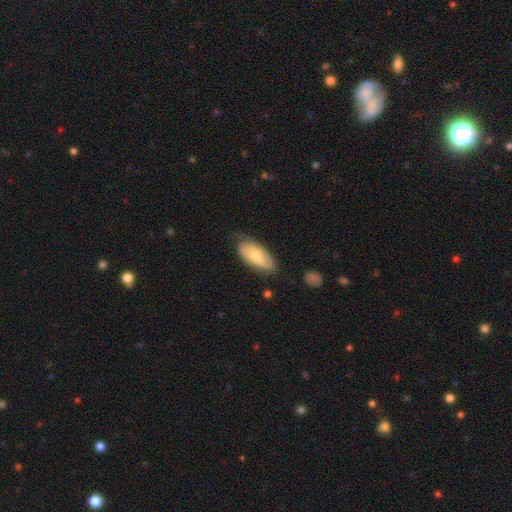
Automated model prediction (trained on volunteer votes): A smooth galaxy with no disk features (57%) that is in between round and cigar-shaped (91%).

Vote fractions:
- Smooth or featured? smooth: 57% / featured or disk: 36% / star or artifact: 6%
- How rounded? in between: 91% / cigar-shaped: 6% / round: 3%
- Merging? none: 66% / minor disturbance: 26% / major disturbance: 6% / merger: 2%